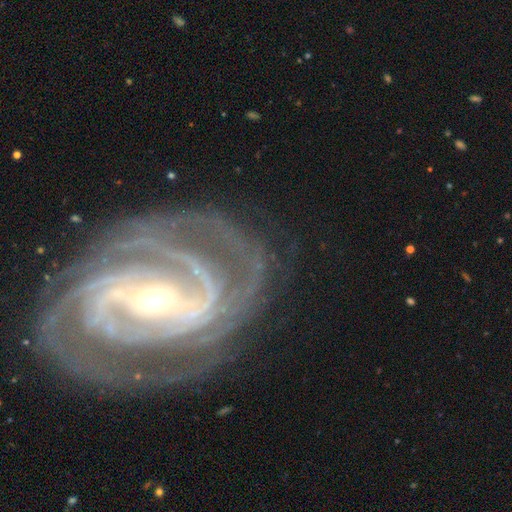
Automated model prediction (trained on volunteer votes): A featured or disk galaxy (87%) with a strong bar (52%), 2 (32%) tight (62%) spiral arms (96%) and a small central bulge (64%). Merging: none (71%).